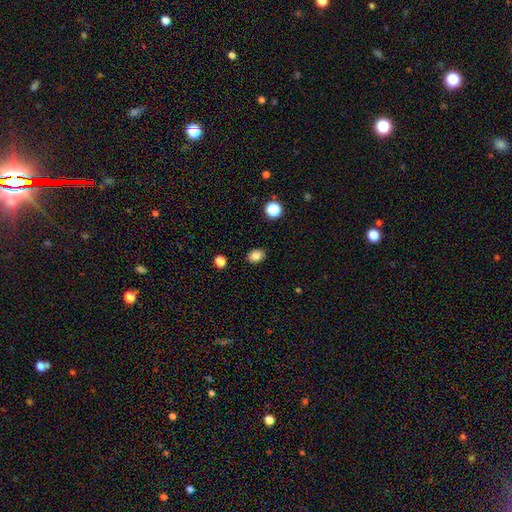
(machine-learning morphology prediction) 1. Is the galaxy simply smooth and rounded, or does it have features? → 84% smooth, 10% star or artifact, 6% featured or disk.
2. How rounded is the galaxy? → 67% in between, 32% round, 1% cigar-shaped.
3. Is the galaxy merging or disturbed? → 88% none, 8% minor disturbance, 2% major disturbance, 1% merger.